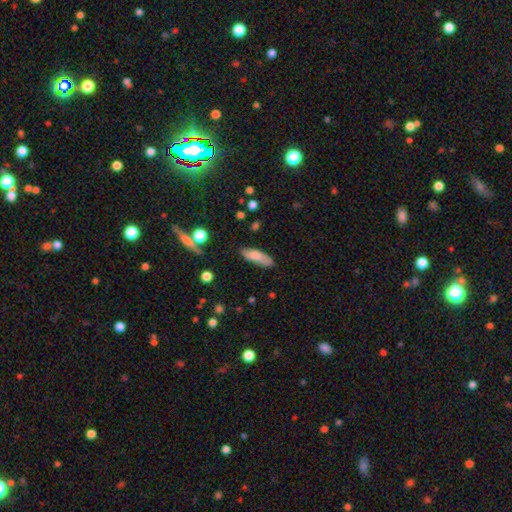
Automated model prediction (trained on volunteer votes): smooth_or_featured: smooth (p=0.76) [alt: featured or disk p=0.17]
how_rounded: cigar-shaped (p=0.50) [alt: in between p=0.48]
merging: none (p=0.73) [alt: minor disturbance p=0.20]